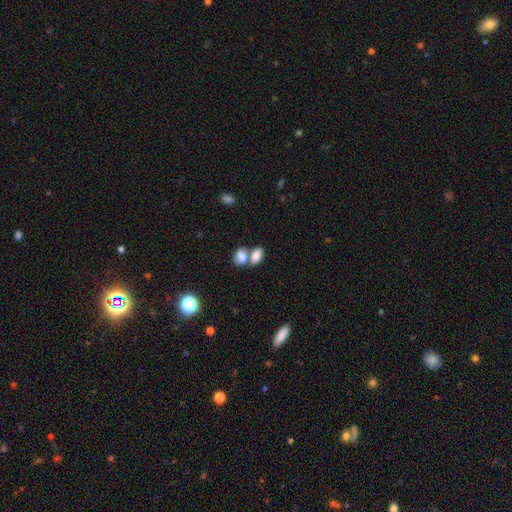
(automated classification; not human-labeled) Smooth or featured?
  - smooth: 83% *
  - featured or disk: 9%
  - star or artifact: 8%
How rounded?
  - in between: 87% *
  - round: 11%
  - cigar-shaped: 2%
Merging?
  - merger: 55% *
  - none: 33%
  - minor disturbance: 9%
  - major disturbance: 4%